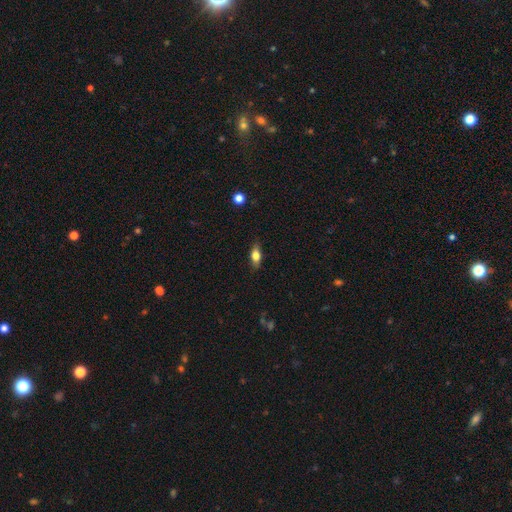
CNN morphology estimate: smooth_or_featured: smooth (p=0.68) [alt: featured or disk p=0.24]
how_rounded: in between (p=0.76) [alt: cigar-shaped p=0.17]
merging: none (p=0.81) [alt: minor disturbance p=0.15]